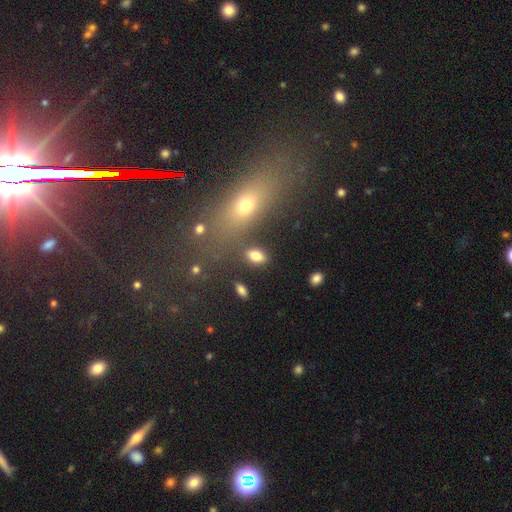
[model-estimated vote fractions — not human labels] The model was most divided on "merging": none: 79%, minor disturbance: 11%, merger: 6%, major disturbance: 4%. More confident: how rounded — in between (88%); smooth or featured — smooth (80%).